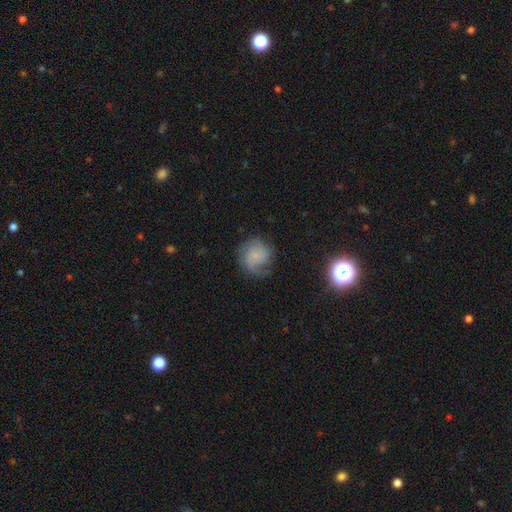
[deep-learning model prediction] smooth 47%, featured or disk 41%, star or artifact 12%. Down the decision tree: merging — none (57%).